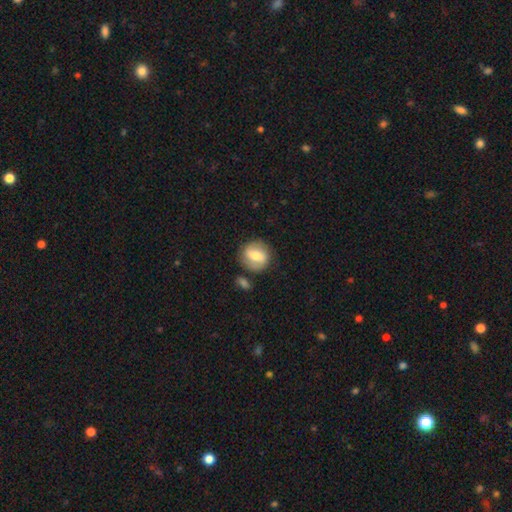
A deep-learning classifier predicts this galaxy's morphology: Smooth or featured? Predicted: smooth (p=0.54). How rounded? Predicted: round (p=0.82). Merging? Predicted: none (p=0.76).